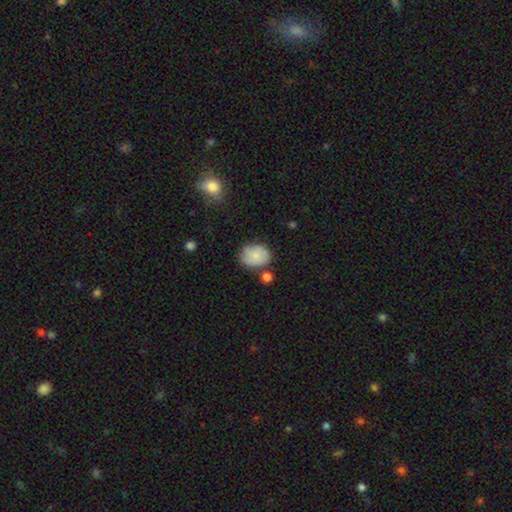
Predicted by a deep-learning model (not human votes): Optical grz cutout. It shows a smooth galaxy with no disk features (75%) that is in between round and cigar-shaped (57%). Merging: none (60%).